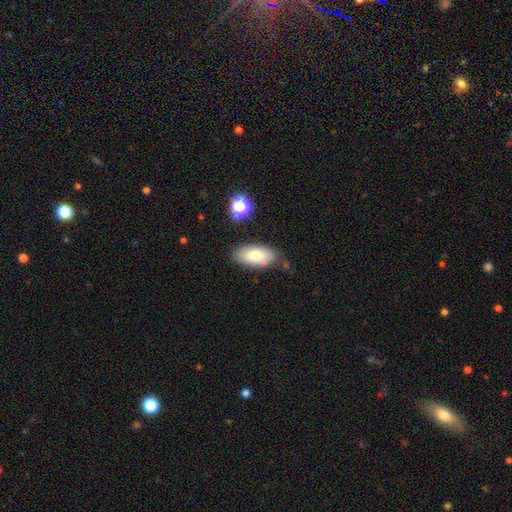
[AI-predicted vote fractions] Smooth or featured? smooth (76%)
How rounded? in between (92%)
Merging? none (75%)